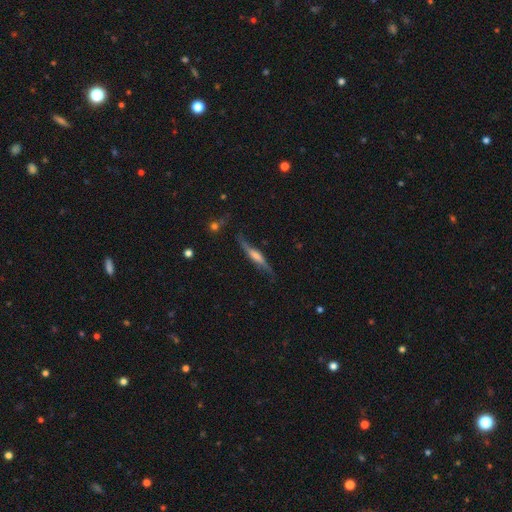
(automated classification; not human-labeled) Q: Smooth or featured?
A: featured or disk (71%); runner-up: smooth (22%)
Q: Edge-on disk?
A: yes (80%); runner-up: no (20%)
Q: Edge-on bulge?
A: rounded (57%); runner-up: boxy (22%)
Q: Merging?
A: none (67%); runner-up: minor disturbance (21%)